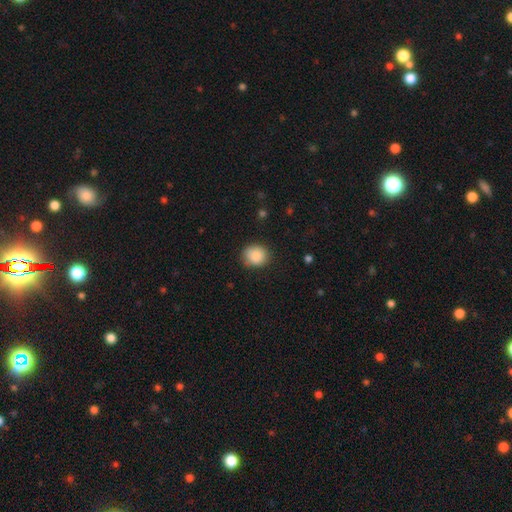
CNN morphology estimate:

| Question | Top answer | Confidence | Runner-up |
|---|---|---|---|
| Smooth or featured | smooth | 88% | star or artifact (8%) |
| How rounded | round | 78% | in between (22%) |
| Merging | none | 82% | minor disturbance (14%) |